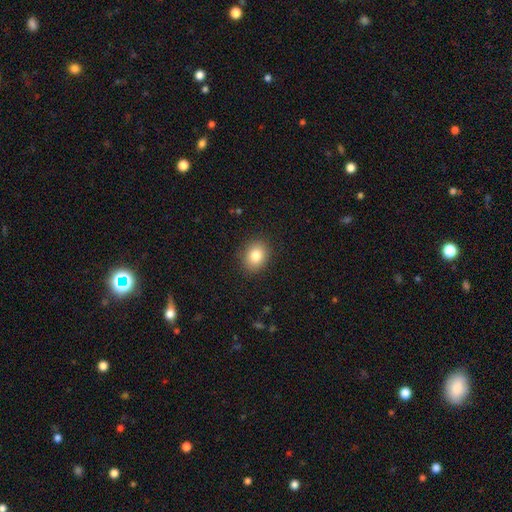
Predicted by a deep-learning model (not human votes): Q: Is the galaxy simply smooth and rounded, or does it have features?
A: smooth — 82%.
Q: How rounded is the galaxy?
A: round — 55%.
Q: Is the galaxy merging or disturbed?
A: none — 89%.